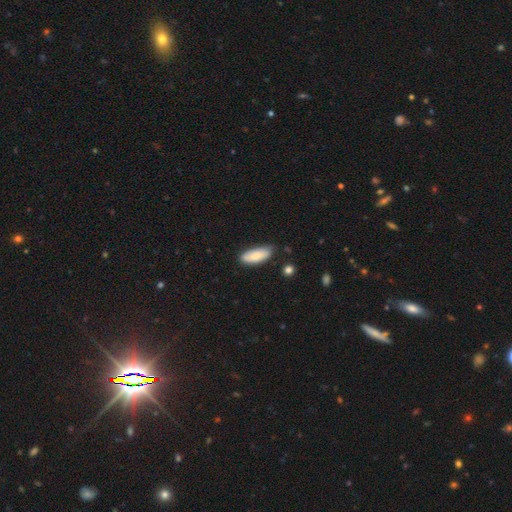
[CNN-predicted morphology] Q: Smooth or featured?
A: smooth (80%); runner-up: featured or disk (14%)
Q: How rounded?
A: in between (77%); runner-up: cigar-shaped (21%)
Q: Merging?
A: none (69%); runner-up: minor disturbance (25%)